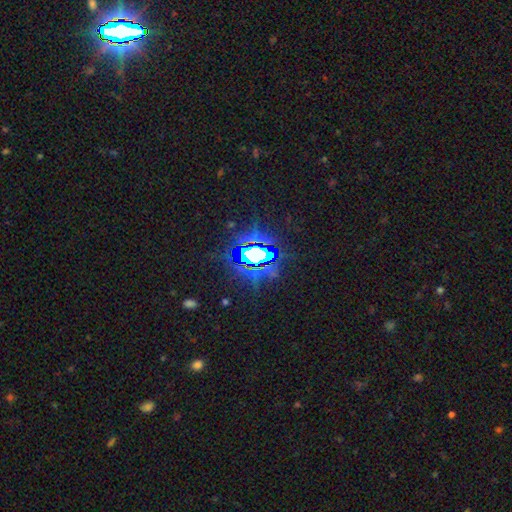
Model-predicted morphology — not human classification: Overall: star or artifact (76%).